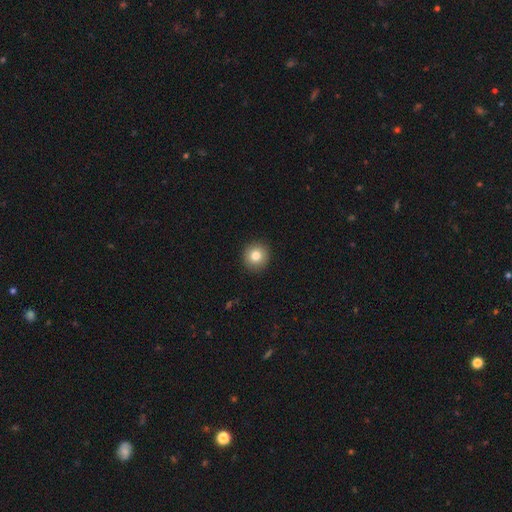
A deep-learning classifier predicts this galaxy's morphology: smooth 80%, star or artifact 10%, featured or disk 9%. Down the decision tree: how rounded — round (93%); merging — none (92%).